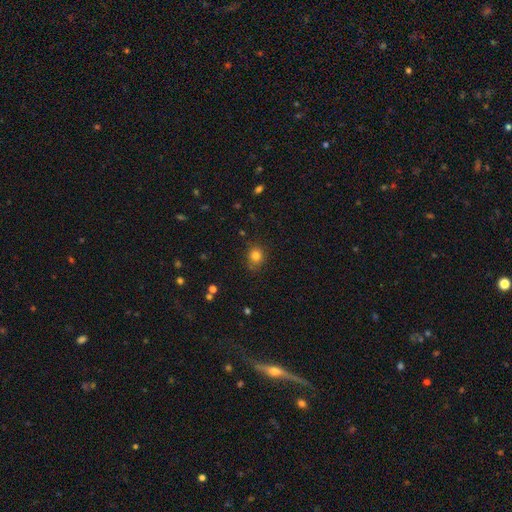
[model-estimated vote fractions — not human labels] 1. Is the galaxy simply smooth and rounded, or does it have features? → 81% smooth, 13% star or artifact, 6% featured or disk.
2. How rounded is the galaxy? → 81% round, 18% in between, 1% cigar-shaped.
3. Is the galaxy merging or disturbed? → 82% none, 12% minor disturbance, 3% major disturbance, 3% merger.